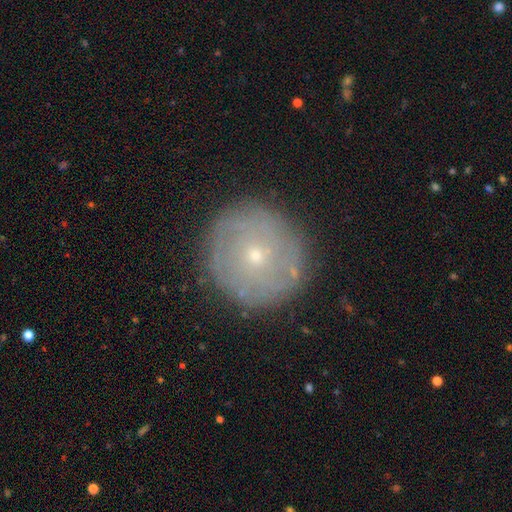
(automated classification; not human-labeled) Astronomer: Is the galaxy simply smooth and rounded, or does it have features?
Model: featured or disk — 56% (runner-up: smooth, 34%).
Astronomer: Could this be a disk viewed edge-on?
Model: no — 96%.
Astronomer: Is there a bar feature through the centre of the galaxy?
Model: no — 84%.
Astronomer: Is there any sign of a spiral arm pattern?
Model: yes — 59% (runner-up: no, 41%).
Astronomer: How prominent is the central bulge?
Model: small — 79%.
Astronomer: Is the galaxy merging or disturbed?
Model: none — 84%.